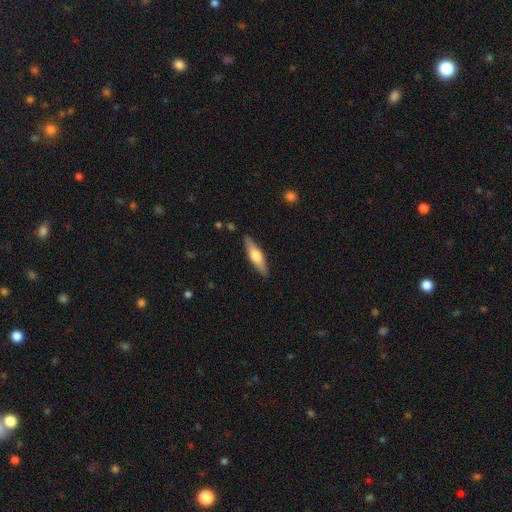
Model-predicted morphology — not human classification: type=smooth (51%); roundness=cigar-shaped (71%); merging=none (89%).